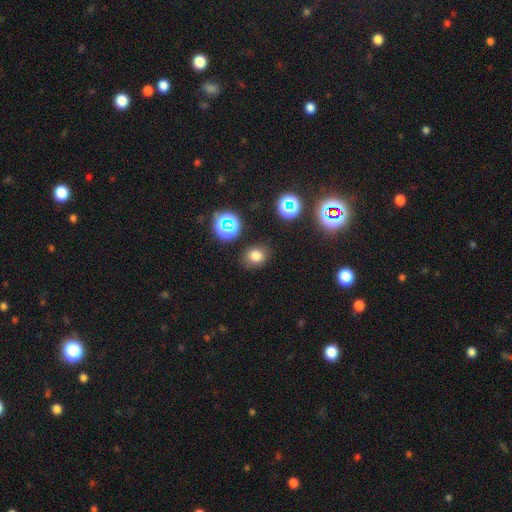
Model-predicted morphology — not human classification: The model was most divided on "how rounded": round: 63%, in between: 36%, cigar-shaped: 1%. More confident: merging — none (84%); smooth or featured — smooth (76%).